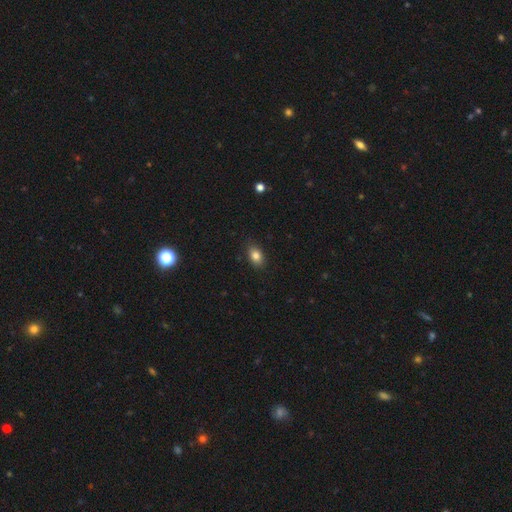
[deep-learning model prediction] Morphology: type=smooth (84%); roundness=in between (82%); merging=none (87%).